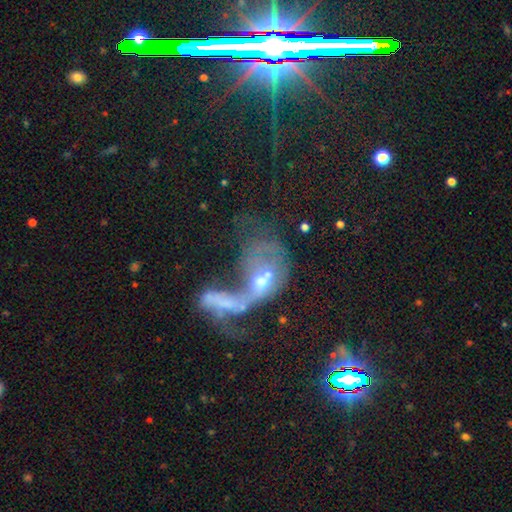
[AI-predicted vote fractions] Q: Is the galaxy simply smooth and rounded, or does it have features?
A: featured or disk — 56%.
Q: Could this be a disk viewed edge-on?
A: no — 93%.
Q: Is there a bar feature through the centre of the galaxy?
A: no — 67%.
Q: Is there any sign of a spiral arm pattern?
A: no — 52%.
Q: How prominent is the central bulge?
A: moderate — 49%.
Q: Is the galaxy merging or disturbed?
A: merger — 70%.